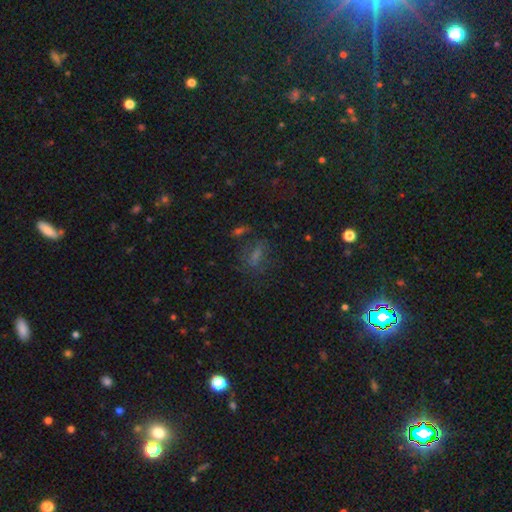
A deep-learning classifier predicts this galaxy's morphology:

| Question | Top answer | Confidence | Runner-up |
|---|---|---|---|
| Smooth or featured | smooth | 50% | star or artifact (31%) |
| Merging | none | 59% | minor disturbance (19%) |